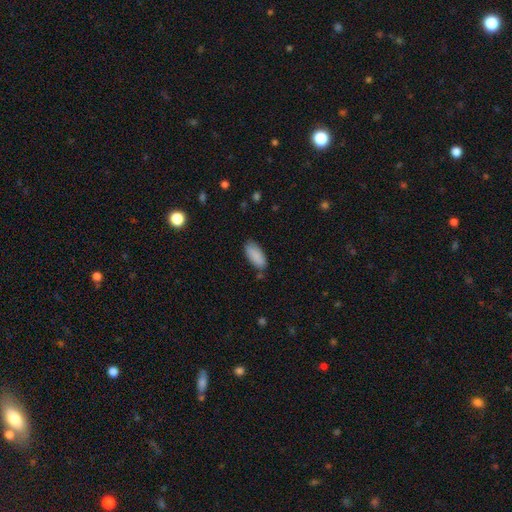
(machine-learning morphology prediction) Smooth or featured? smooth (87%)
How rounded? in between (87%)
Merging? none (74%)